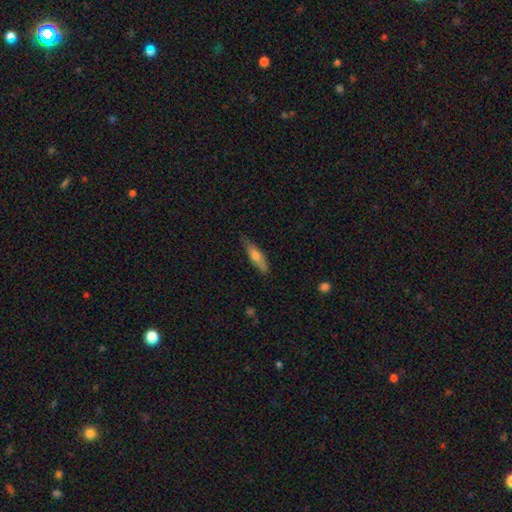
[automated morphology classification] Q: Smooth or featured?
A: smooth (62%); runner-up: featured or disk (32%)
Q: How rounded?
A: cigar-shaped (67%); runner-up: in between (31%)
Q: Merging?
A: none (75%); runner-up: minor disturbance (20%)